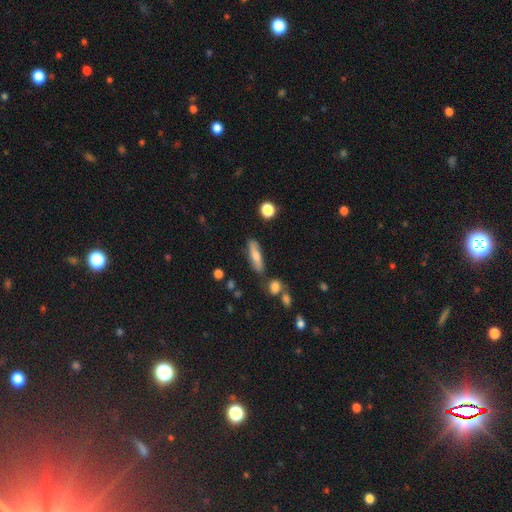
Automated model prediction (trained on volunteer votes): Smooth or featured? smooth (65%)
How rounded? cigar-shaped (62%)
Merging? none (76%)